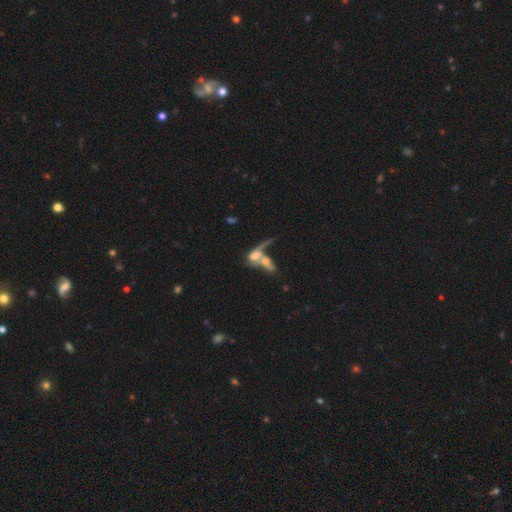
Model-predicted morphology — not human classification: Overall: smooth (47%; featured or disk 41%). Merging: merger (68%).